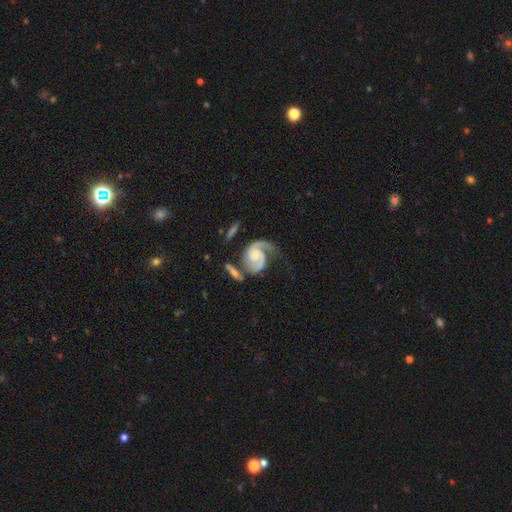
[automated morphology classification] Smooth or featured? Predicted: featured or disk (p=0.89). Edge-on disk? Predicted: no (p=0.98). Bar? Predicted: no (p=0.59). Spiral arms? Predicted: yes (p=0.97). Spiral winding? Predicted: medium (p=0.45). Spiral arm count? Predicted: 2 (p=0.76). Bulge size? Predicted: small (p=0.47). Merging? Predicted: none (p=0.45).